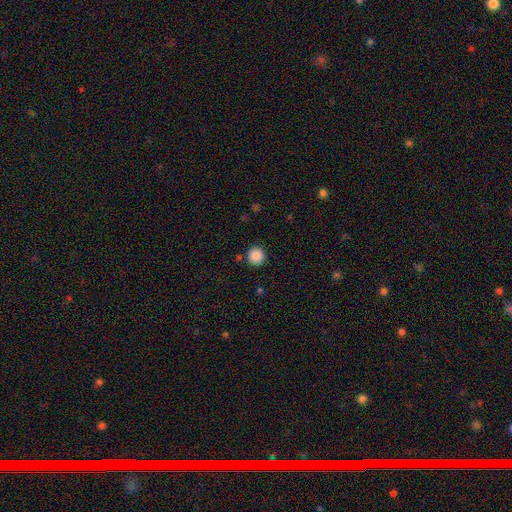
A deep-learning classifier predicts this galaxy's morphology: A smooth galaxy with no disk features (88%) that is round (95%). Merging: none (89%).